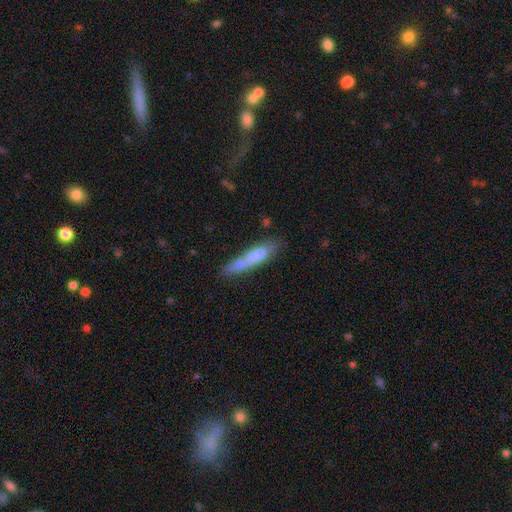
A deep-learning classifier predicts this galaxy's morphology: The model was most divided on "merging": none: 50%, merger: 22%, minor disturbance: 19%, major disturbance: 8%. More confident: how rounded — cigar-shaped (79%); smooth or featured — smooth (60%).